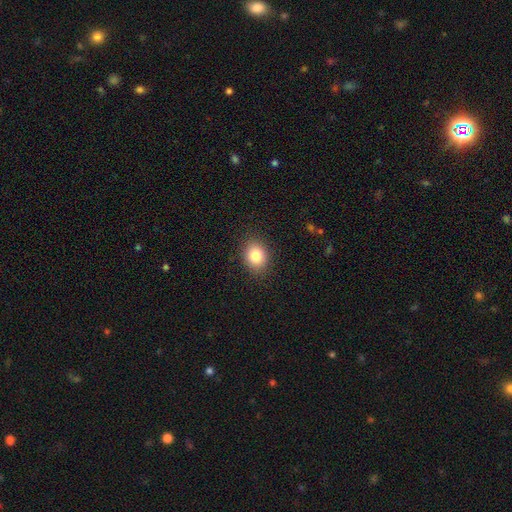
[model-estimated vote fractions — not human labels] This appears to be a smooth galaxy with no disk features (82%) that is in between round and cigar-shaped (50%). Merging: none (88%).